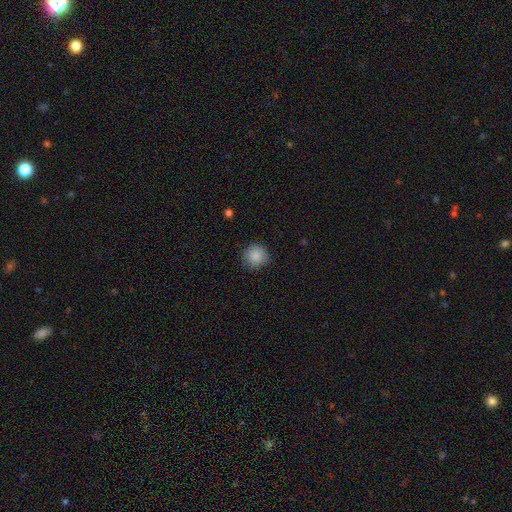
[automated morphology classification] smooth 87%, star or artifact 8%, featured or disk 5%. Down the decision tree: how rounded — round (91%); merging — none (80%).